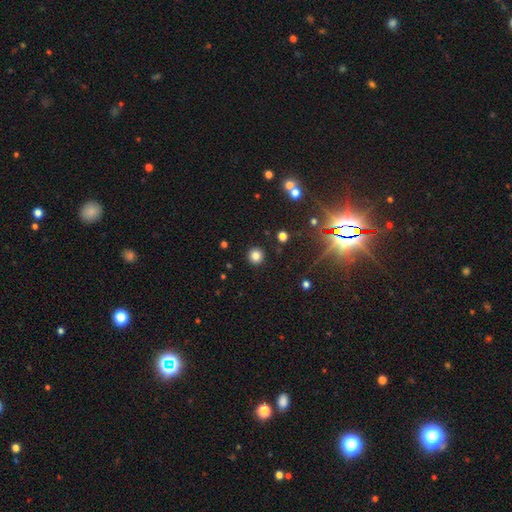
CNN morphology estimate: Q: Smooth or featured?
A: smooth (81%); runner-up: star or artifact (14%)
Q: How rounded?
A: round (94%); runner-up: in between (5%)
Q: Merging?
A: none (92%); runner-up: minor disturbance (5%)